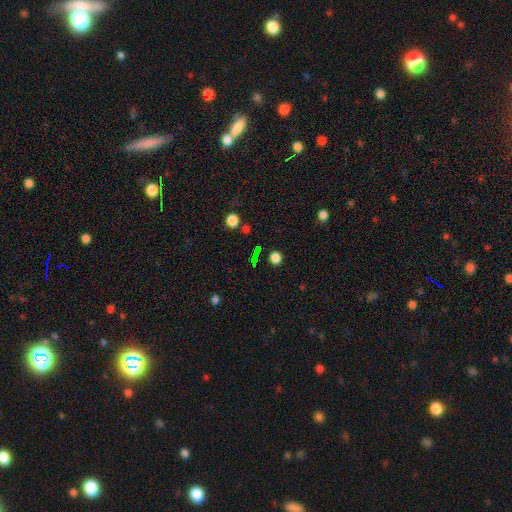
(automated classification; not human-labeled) Smooth or featured? Predicted: smooth (p=0.50). How rounded? Predicted: round (p=0.75). Merging? Predicted: none (p=0.85).